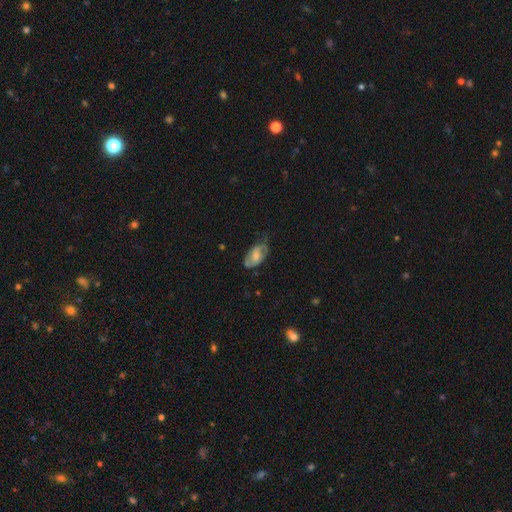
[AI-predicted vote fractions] smooth_or_featured: featured or disk (p=0.52) [alt: smooth p=0.41]
disk_edge_on: no (p=0.93) [alt: yes p=0.07]
merging: none (p=0.56) [alt: minor disturbance p=0.30]